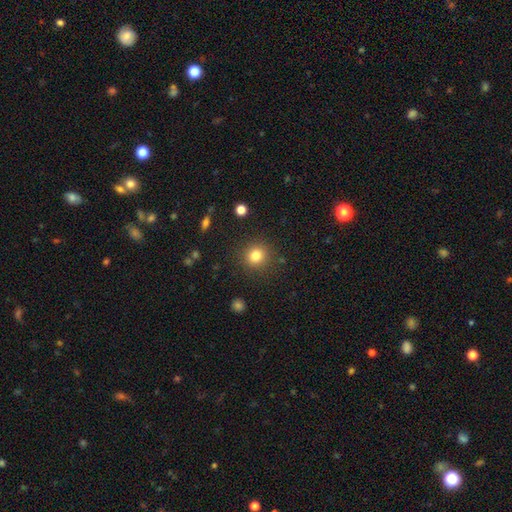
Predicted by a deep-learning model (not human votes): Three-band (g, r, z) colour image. It shows a smooth galaxy with no disk features (82%) that is round (92%). Merging: none (89%).